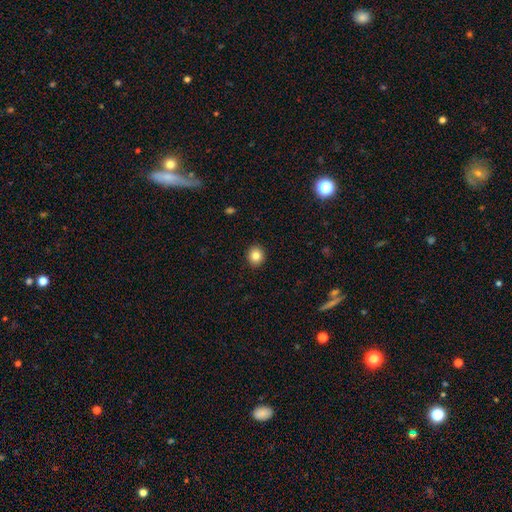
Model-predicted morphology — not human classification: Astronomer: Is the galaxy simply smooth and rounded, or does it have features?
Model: smooth — 83%.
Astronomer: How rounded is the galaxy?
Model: round — 81%.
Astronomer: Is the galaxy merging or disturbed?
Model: none — 92%.